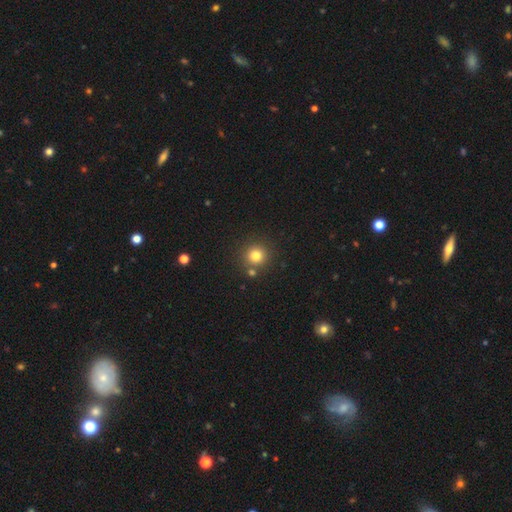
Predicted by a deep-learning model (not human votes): This is likely a smooth galaxy (79%). How rounded: clearly round (94%). Merging: clearly none (81%).